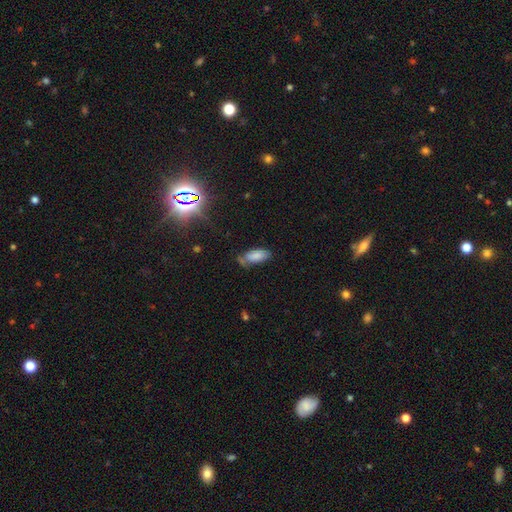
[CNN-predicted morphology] This is likely a smooth galaxy (79%). How rounded: clearly in between (83%). Merging: possibly none (55%).